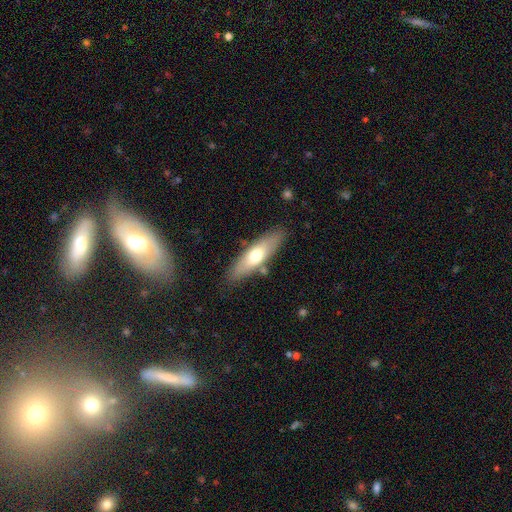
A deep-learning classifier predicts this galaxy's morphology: Q: Smooth or featured?
A: smooth (60%); runner-up: featured or disk (34%)
Q: How rounded?
A: cigar-shaped (57%); runner-up: in between (41%)
Q: Merging?
A: none (82%); runner-up: minor disturbance (12%)